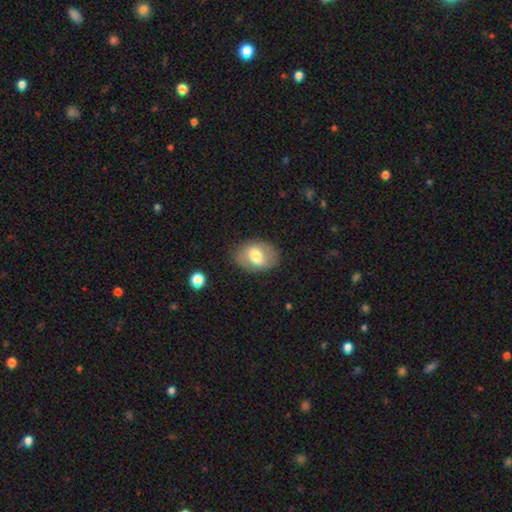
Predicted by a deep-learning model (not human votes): A smooth galaxy with no disk features (63%) that is in between round and cigar-shaped (78%). Merging: none (78%).